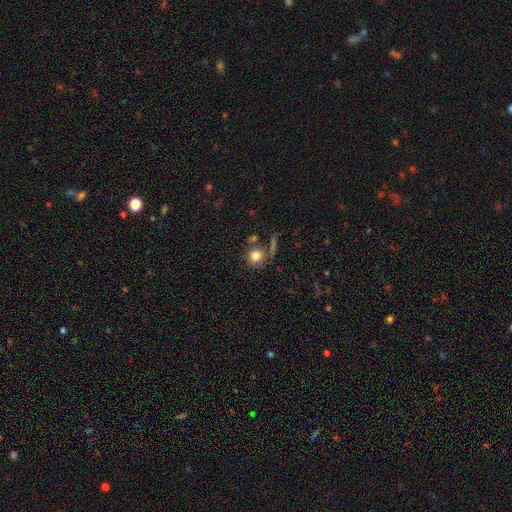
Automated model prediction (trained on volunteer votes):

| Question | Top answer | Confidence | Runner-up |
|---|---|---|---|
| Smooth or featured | smooth | 81% | star or artifact (10%) |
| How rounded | round | 91% | in between (8%) |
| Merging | none | 70% | merger (13%) |